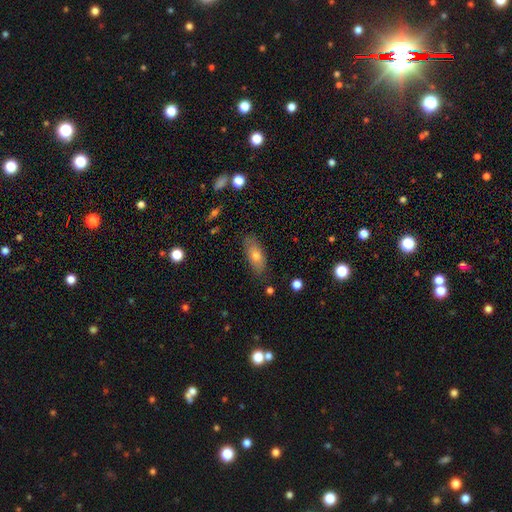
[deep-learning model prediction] Q: Smooth or featured?
A: smooth (70%); runner-up: featured or disk (21%)
Q: How rounded?
A: in between (80%); runner-up: cigar-shaped (15%)
Q: Merging?
A: none (82%); runner-up: minor disturbance (14%)